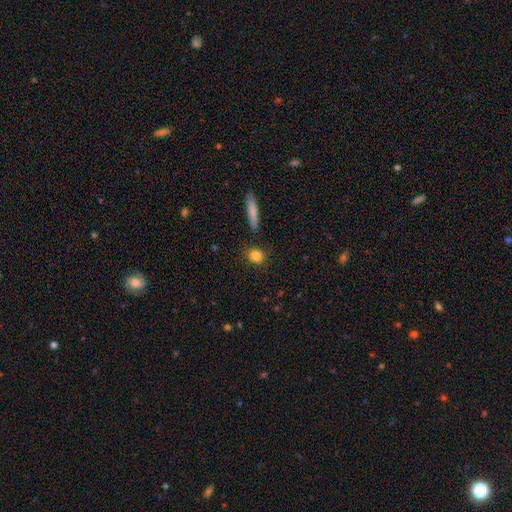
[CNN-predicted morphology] Q: Smooth or featured?
A: smooth (84%); runner-up: star or artifact (9%)
Q: How rounded?
A: round (70%); runner-up: in between (25%)
Q: Merging?
A: none (86%); runner-up: minor disturbance (9%)